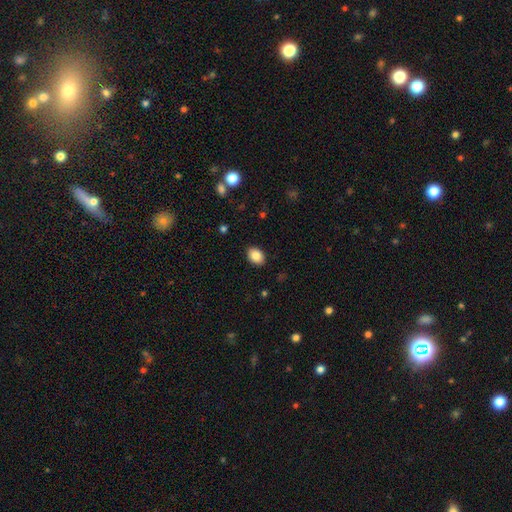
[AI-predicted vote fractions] Morphology: type=smooth (87%); roundness=in between (76%); merging=none (88%).